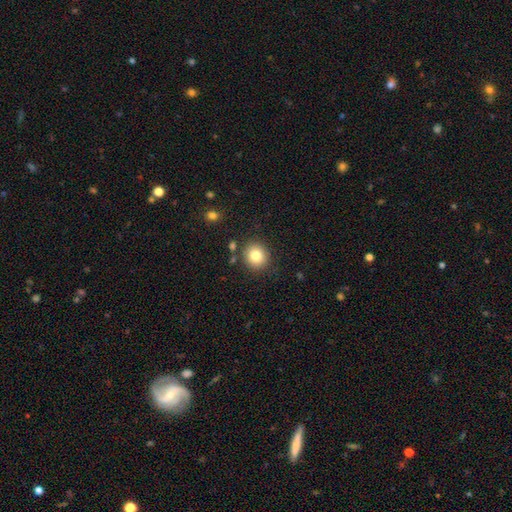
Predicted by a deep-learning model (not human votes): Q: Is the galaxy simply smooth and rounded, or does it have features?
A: smooth — 81%.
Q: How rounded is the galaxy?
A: round — 84%.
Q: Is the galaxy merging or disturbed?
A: none — 86%.